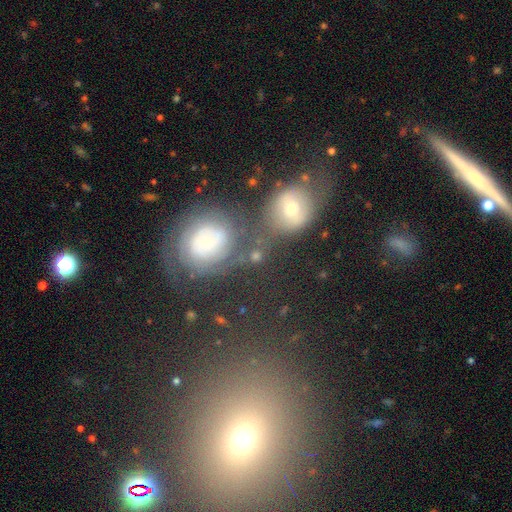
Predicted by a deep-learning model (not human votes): A smooth galaxy with no disk features (48%). Merging: none (56%).